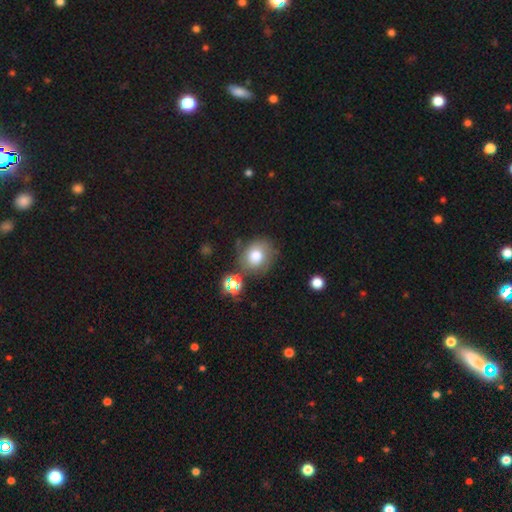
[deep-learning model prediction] smooth 72%, featured or disk 15%, star or artifact 13%. Down the decision tree: how rounded — round (73%); merging — none (69%).